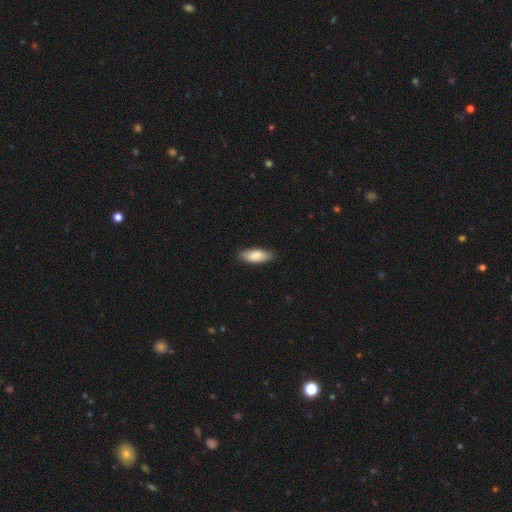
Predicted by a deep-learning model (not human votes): Smooth or featured?
  - smooth: 86% *
  - featured or disk: 9%
  - star or artifact: 5%
How rounded?
  - in between: 76% *
  - cigar-shaped: 22%
  - round: 2%
Merging?
  - none: 86% *
  - minor disturbance: 11%
  - major disturbance: 2%
  - merger: 1%